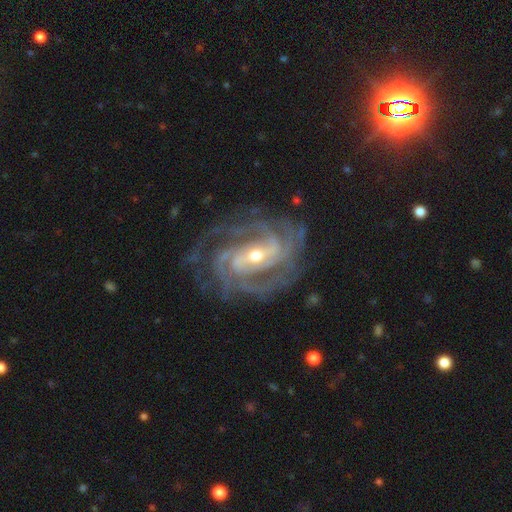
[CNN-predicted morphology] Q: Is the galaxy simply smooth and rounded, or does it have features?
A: featured or disk — 92%.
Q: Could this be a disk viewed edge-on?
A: no — 97%.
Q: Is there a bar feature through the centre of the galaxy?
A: strong — 40%.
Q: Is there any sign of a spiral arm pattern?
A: yes — 98%.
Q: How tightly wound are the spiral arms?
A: tight — 64%.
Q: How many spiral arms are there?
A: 3 — 28%.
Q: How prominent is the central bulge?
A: small — 53%.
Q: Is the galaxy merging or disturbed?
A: none — 76%.